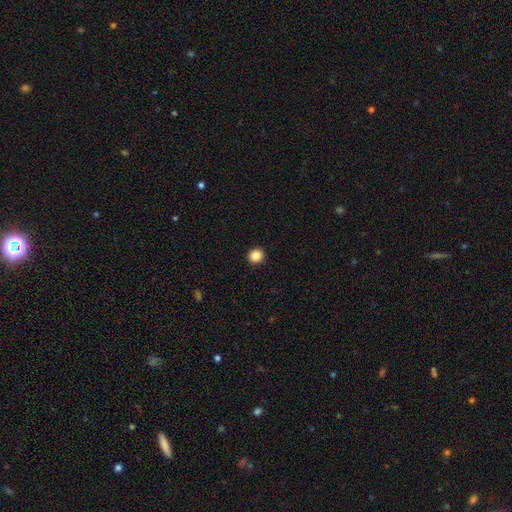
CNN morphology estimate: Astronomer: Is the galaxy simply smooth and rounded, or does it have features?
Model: smooth — 86%.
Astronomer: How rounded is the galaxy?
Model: round — 92%.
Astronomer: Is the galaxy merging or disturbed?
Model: none — 93%.